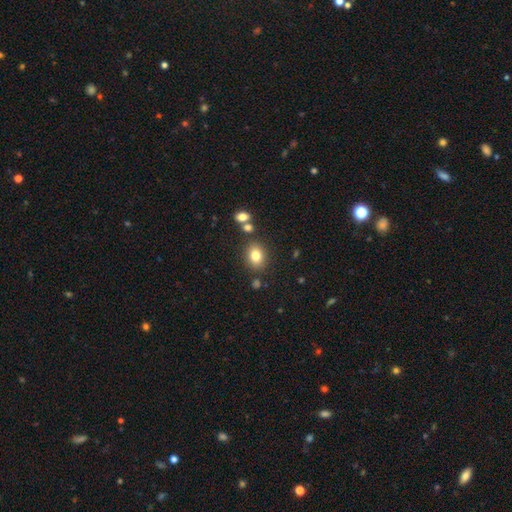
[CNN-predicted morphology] Smooth or featured? Predicted: smooth (p=0.81). How rounded? Predicted: in between (p=0.56). Merging? Predicted: none (p=0.80).